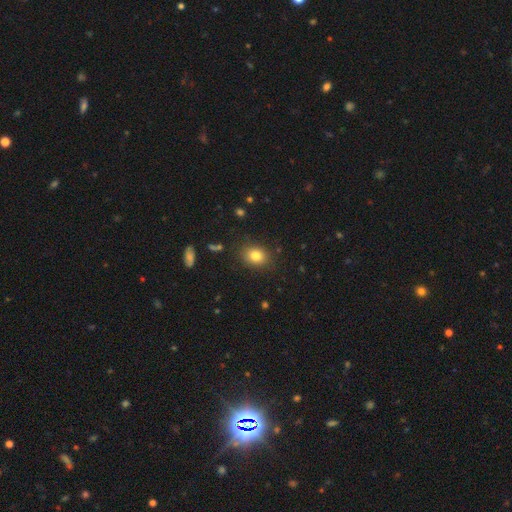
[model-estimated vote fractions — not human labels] Smooth or featured? Predicted: smooth (p=0.81). How rounded? Predicted: in between (p=0.55). Merging? Predicted: none (p=0.85).